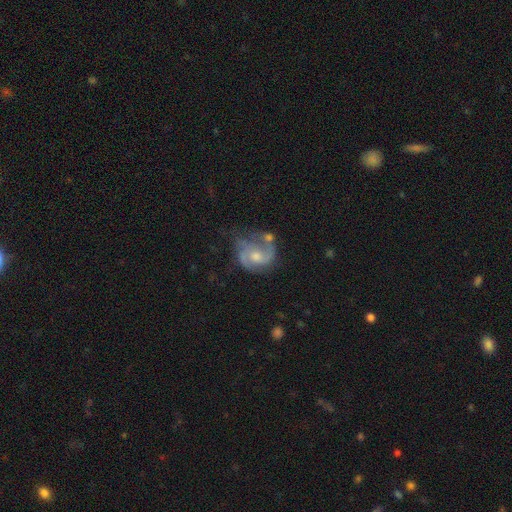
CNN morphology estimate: Smooth or featured: featured or disk — 80% (smooth — 14%)
Edge-on disk: no — 98% (yes — 2%)
Bar: no — 67% (weak — 29%)
Spiral arms: yes — 92% (no — 8%)
Spiral winding: medium — 51% (tight — 28%)
Spiral arm count: 2 — 66% (3 — 12%)
Bulge size: moderate — 61% (small — 27%)
Merging: none — 47% (minor disturbance — 24%)